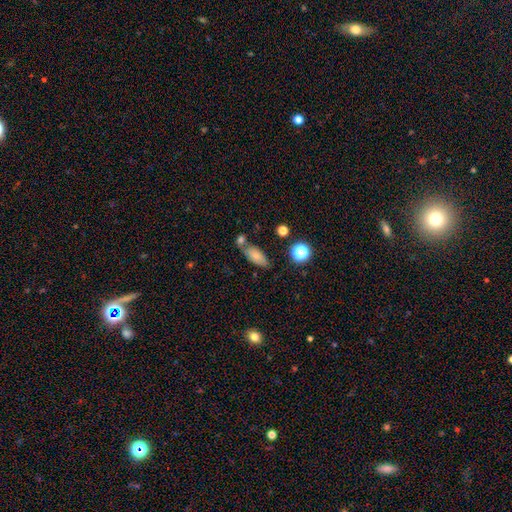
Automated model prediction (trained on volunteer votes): This is likely a smooth galaxy (75%). How rounded: clearly in between (84%). Merging: possibly none (54%).